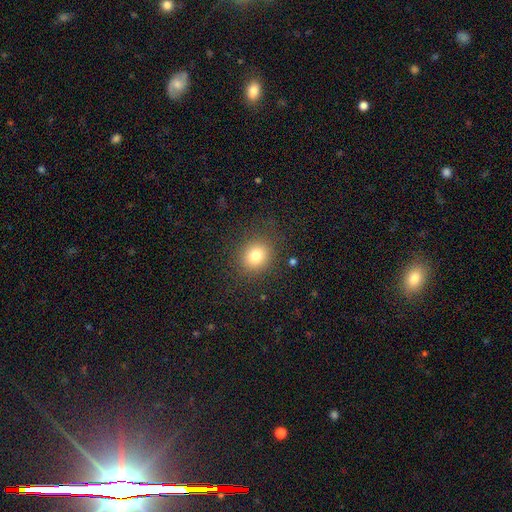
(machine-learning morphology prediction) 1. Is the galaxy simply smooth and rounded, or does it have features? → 79% smooth, 12% star or artifact, 9% featured or disk.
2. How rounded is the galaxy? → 73% round, 26% in between, 1% cigar-shaped.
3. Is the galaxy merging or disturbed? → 84% none, 10% minor disturbance, 5% major disturbance, 1% merger.